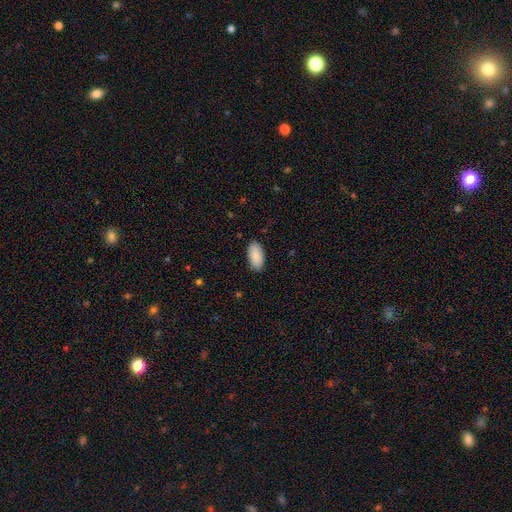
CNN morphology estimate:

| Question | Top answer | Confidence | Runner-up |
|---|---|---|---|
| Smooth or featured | smooth | 91% | star or artifact (6%) |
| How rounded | in between | 95% | cigar-shaped (4%) |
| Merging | none | 88% | minor disturbance (9%) |